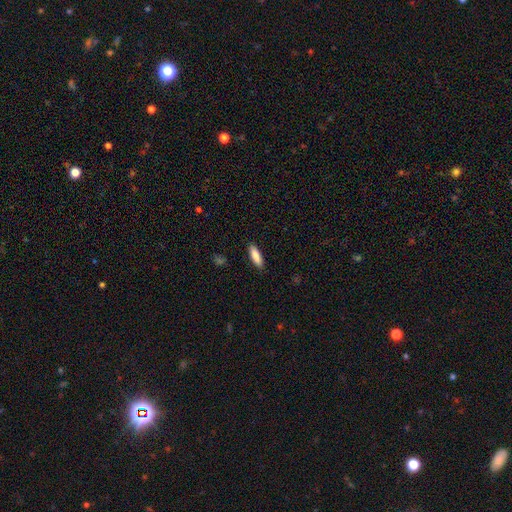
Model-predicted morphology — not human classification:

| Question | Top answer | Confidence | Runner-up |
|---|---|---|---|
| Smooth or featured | smooth | 86% | featured or disk (8%) |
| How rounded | cigar-shaped | 56% | in between (42%) |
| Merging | none | 89% | minor disturbance (8%) |